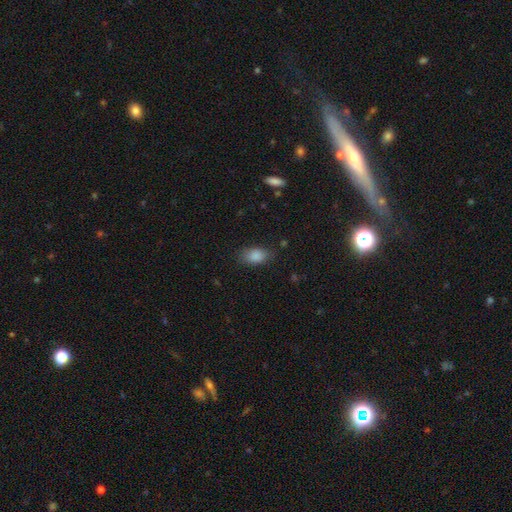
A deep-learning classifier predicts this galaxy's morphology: This appears to be a smooth galaxy with no disk features (87%) that is in between round and cigar-shaped (86%). Merging: none (77%).